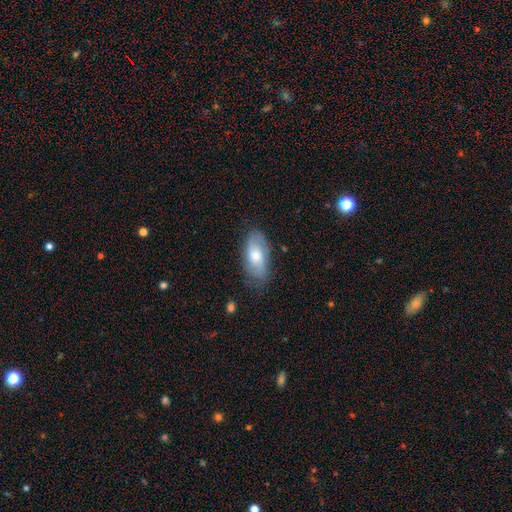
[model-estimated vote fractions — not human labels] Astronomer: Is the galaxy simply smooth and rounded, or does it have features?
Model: smooth — 58% (runner-up: featured or disk, 36%).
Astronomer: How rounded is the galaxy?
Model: in between — 90%.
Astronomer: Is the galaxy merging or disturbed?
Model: none — 70%.